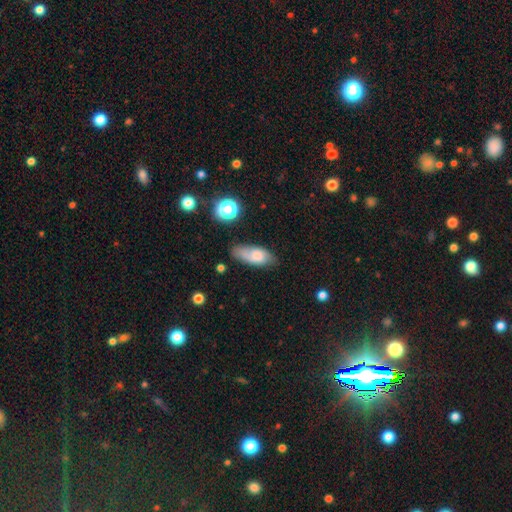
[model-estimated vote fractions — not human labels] Morphology: type=smooth (69%); roundness=in between (78%); merging=none (60%).